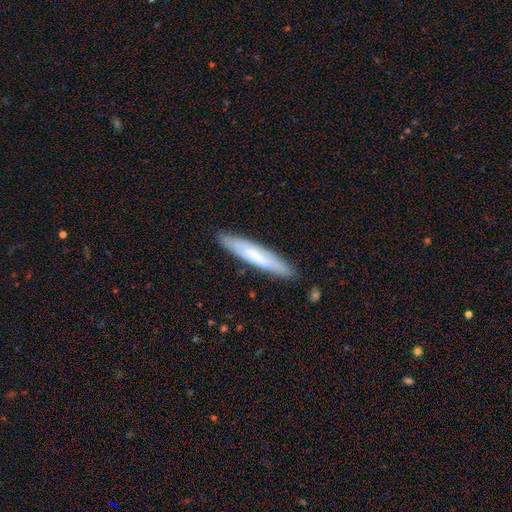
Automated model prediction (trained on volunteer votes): Smooth or featured: smooth — 59% (featured or disk — 35%)
How rounded: cigar-shaped — 90% (in between — 9%)
Merging: none — 87% (minor disturbance — 10%)